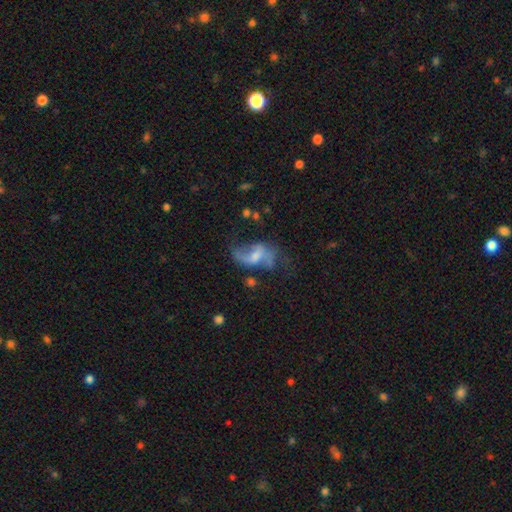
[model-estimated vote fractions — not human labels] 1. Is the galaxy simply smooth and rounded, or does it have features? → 73% featured or disk, 18% smooth, 9% star or artifact.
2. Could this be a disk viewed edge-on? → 96% no, 4% yes.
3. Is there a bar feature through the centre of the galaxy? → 47% weak, 37% no, 16% strong.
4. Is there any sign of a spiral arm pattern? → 82% yes, 18% no.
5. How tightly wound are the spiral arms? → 74% loose, 21% medium, 5% tight.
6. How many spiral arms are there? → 78% 2, 11% 1, 7% can't tell, 2% 3, 1% 4, 1% more than 4.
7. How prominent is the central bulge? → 39% moderate, 36% small, 17% none, 6% large, 1% dominant.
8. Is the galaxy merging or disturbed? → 42% none, 31% major disturbance, 21% minor disturbance, 6% merger.